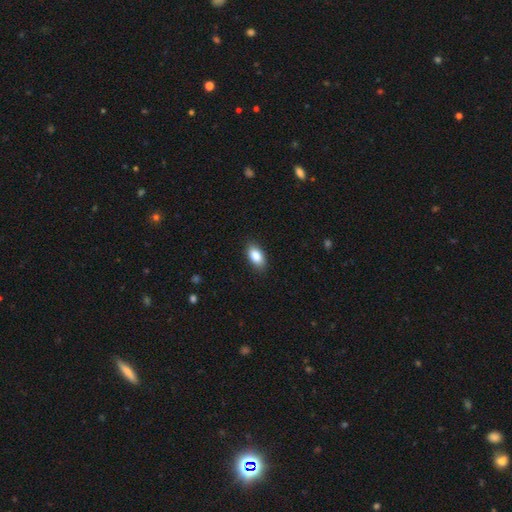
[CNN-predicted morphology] smooth_or_featured: smooth (p=0.86) [alt: star or artifact p=0.07]
how_rounded: in between (p=0.92) [alt: round p=0.04]
merging: none (p=0.88) [alt: minor disturbance p=0.09]